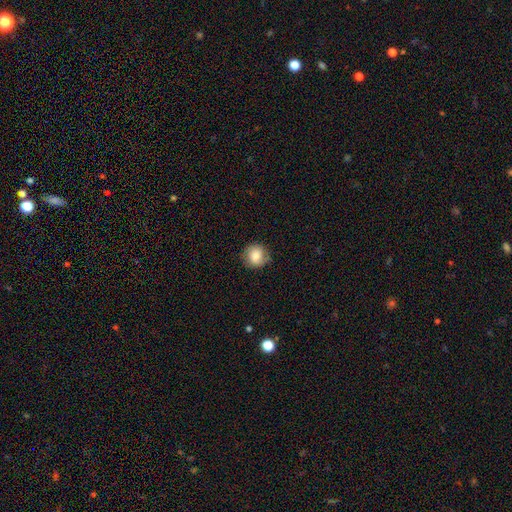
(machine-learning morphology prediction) Overall: smooth (76%). How rounded: round (87%). Merging: none (79%).